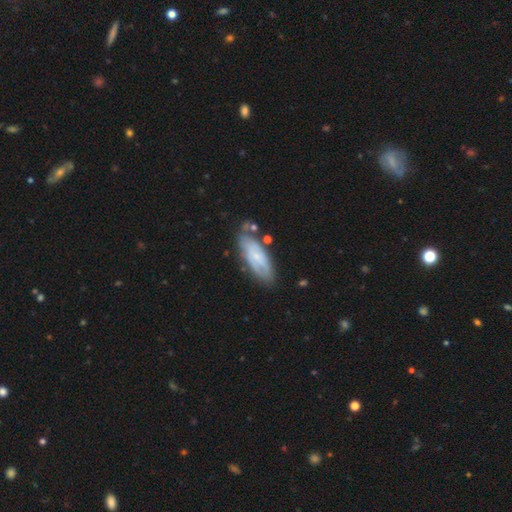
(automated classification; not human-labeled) The model was most divided on "smooth or featured": featured or disk: 53%, smooth: 40%, star or artifact: 8%. More confident: edge-on disk — no (83%); merging — none (67%).